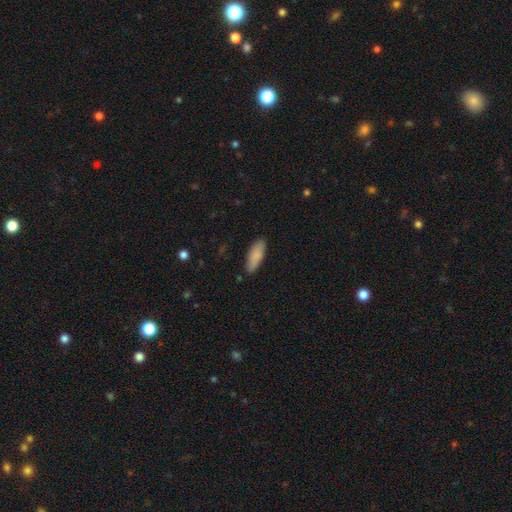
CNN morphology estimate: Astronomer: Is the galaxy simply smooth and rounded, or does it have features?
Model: smooth — 87%.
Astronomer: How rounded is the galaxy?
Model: in between — 63%.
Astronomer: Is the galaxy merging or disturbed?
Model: none — 86%.